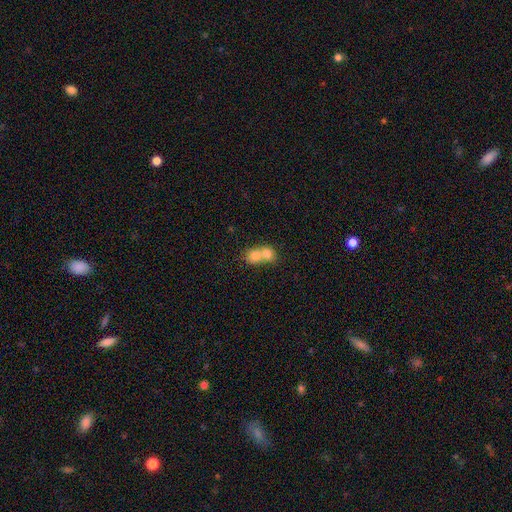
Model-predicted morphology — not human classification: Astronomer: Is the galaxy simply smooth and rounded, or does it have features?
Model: smooth — 75%.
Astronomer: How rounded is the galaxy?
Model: round — 65%.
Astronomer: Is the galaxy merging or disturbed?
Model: merger — 73%.